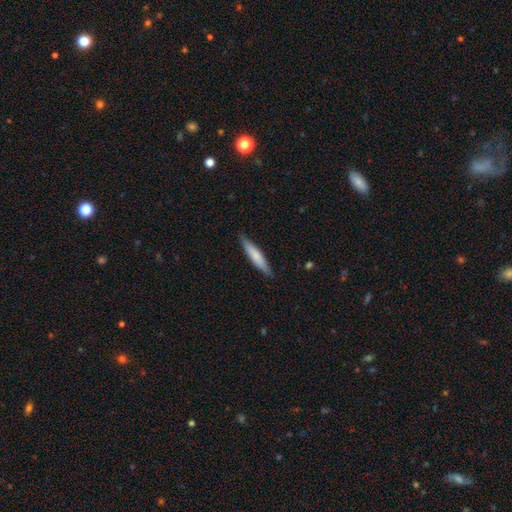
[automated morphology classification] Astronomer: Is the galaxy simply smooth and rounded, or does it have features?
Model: smooth — 67%.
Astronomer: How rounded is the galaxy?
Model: cigar-shaped — 86%.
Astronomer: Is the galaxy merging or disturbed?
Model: none — 86%.